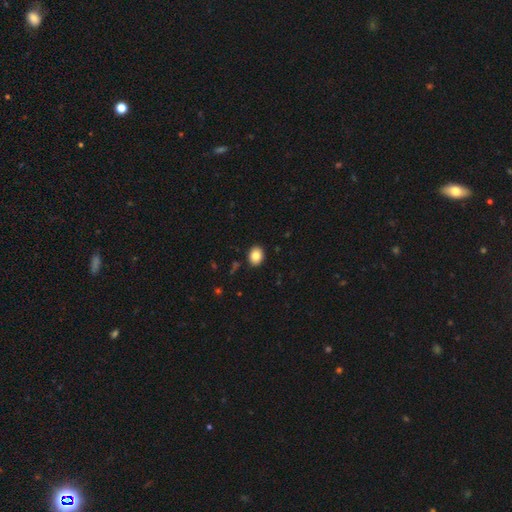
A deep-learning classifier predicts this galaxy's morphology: Smooth or featured? Predicted: smooth (p=0.85). How rounded? Predicted: round (p=0.50). Merging? Predicted: none (p=0.91).